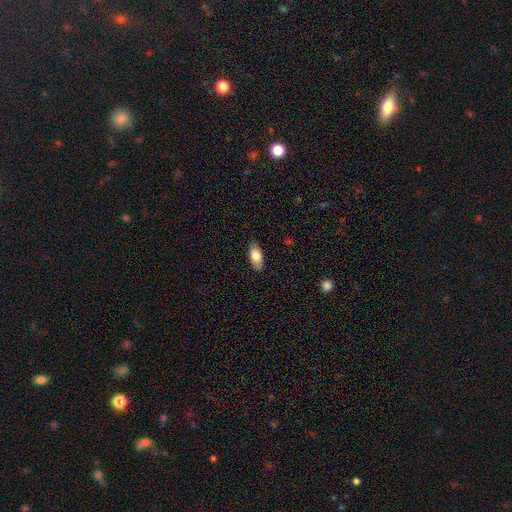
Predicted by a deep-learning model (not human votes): Morphology: type=smooth (80%); roundness=in between (89%); merging=none (85%).